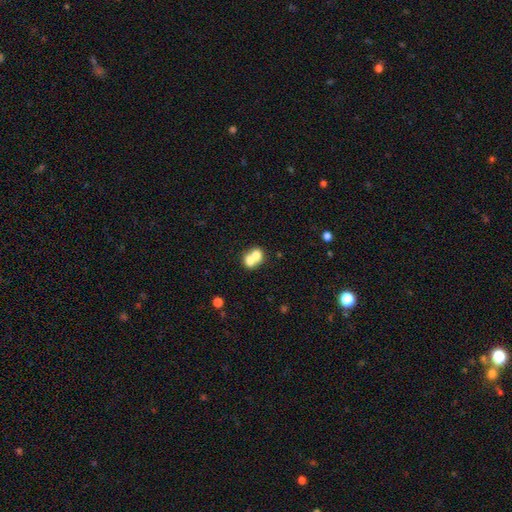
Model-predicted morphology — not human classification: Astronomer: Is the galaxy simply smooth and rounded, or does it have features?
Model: smooth — 70%.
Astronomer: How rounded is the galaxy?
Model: round — 59% (runner-up: in between, 40%).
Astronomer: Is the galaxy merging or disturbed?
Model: merger — 70%.